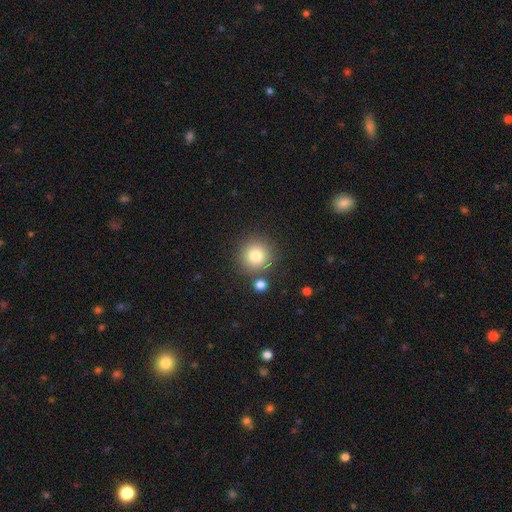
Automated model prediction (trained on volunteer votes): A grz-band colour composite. It shows a smooth galaxy with no disk features (80%) that is round (95%). Merging: none (82%).